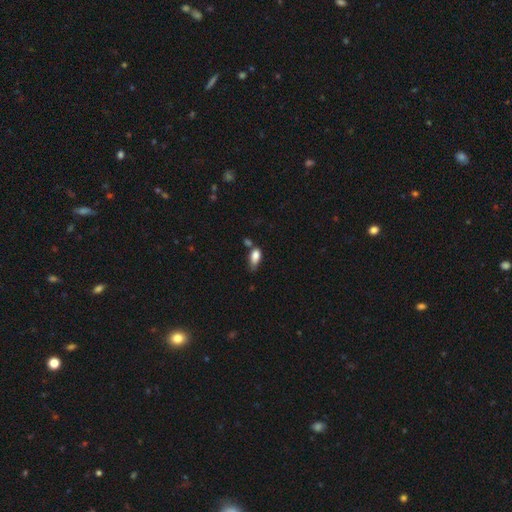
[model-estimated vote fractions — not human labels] Smooth or featured? smooth (82%)
How rounded? in between (87%)
Merging? none (38%)